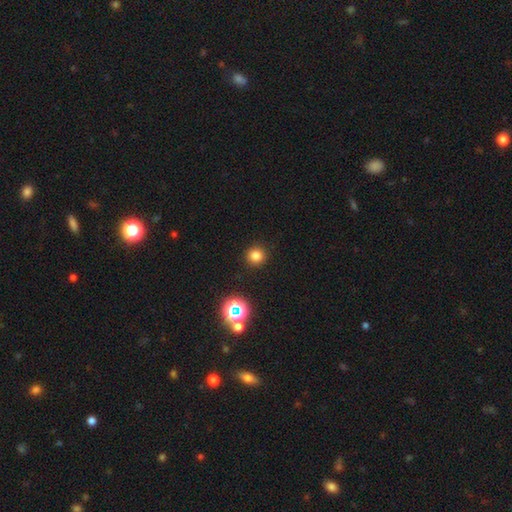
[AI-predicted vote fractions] Smooth or featured?
  - smooth: 78% *
  - star or artifact: 17%
  - featured or disk: 5%
How rounded?
  - round: 94% *
  - in between: 5%
  - cigar-shaped: 1%
Merging?
  - none: 91% *
  - minor disturbance: 5%
  - major disturbance: 2%
  - merger: 1%